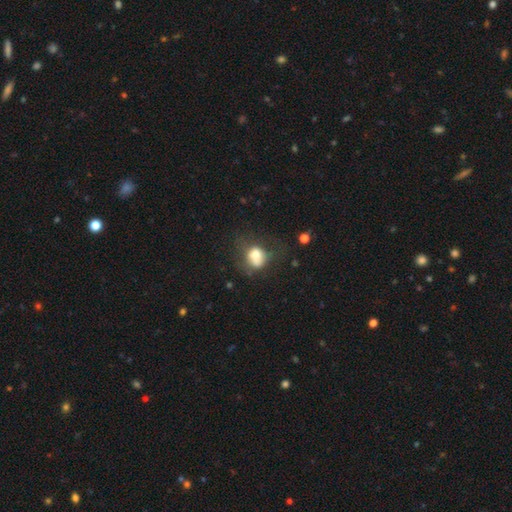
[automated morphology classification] A smooth galaxy with no disk features (71%) that is round (55%).

Vote fractions:
- Smooth or featured? smooth: 71% / featured or disk: 19% / star or artifact: 11%
- How rounded? round: 55% / in between: 44% / cigar-shaped: 1%
- Merging? none: 38% / minor disturbance: 27% / major disturbance: 27% / merger: 8%